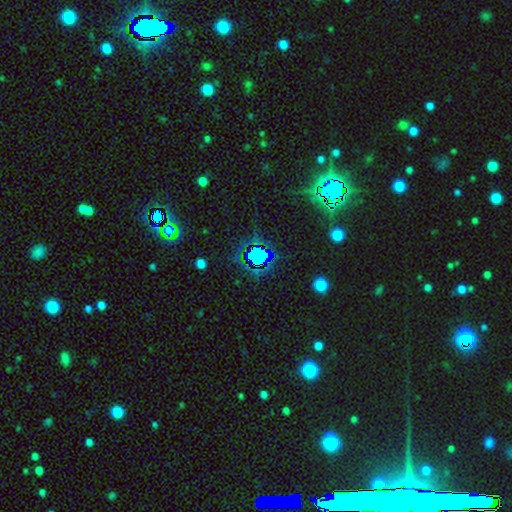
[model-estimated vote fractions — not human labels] A star or artifact, not a galaxy (71%).

Vote fractions:
- Smooth or featured? star or artifact: 71% / smooth: 19% / featured or disk: 11%